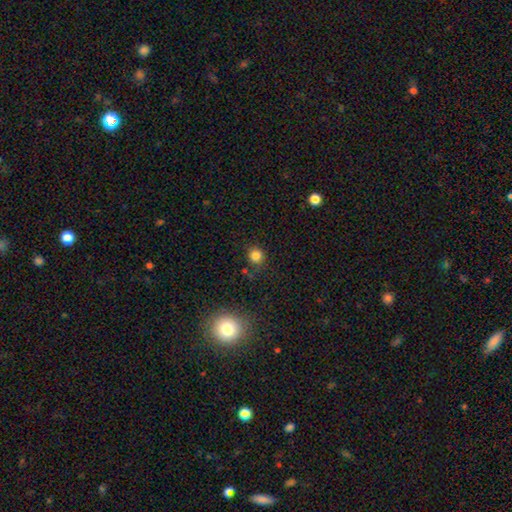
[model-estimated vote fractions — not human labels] This is clearly a smooth galaxy (82%). How rounded: clearly round (89%). Merging: clearly none (83%).